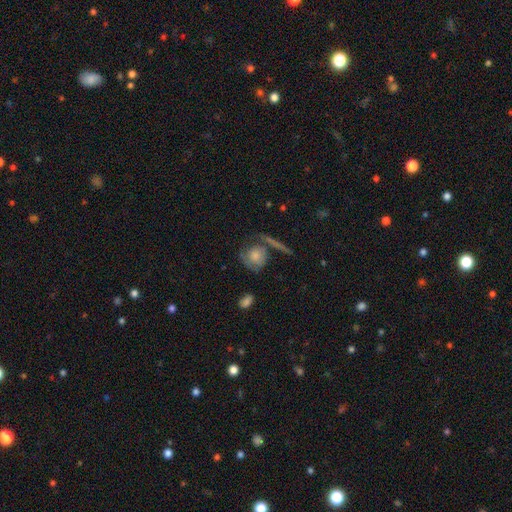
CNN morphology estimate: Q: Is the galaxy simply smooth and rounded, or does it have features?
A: smooth — 59%.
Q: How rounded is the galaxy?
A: round — 78%.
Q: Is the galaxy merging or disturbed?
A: none — 52%.